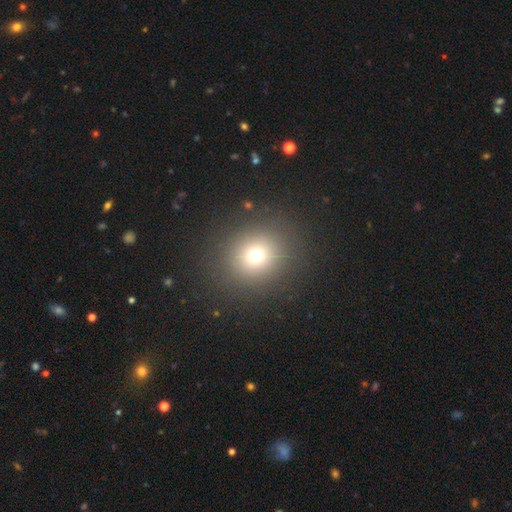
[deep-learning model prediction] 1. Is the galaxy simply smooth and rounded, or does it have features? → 70% smooth, 19% star or artifact, 10% featured or disk.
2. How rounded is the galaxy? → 83% round, 16% in between, 1% cigar-shaped.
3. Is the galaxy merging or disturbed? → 87% none, 7% minor disturbance, 5% major disturbance, 1% merger.